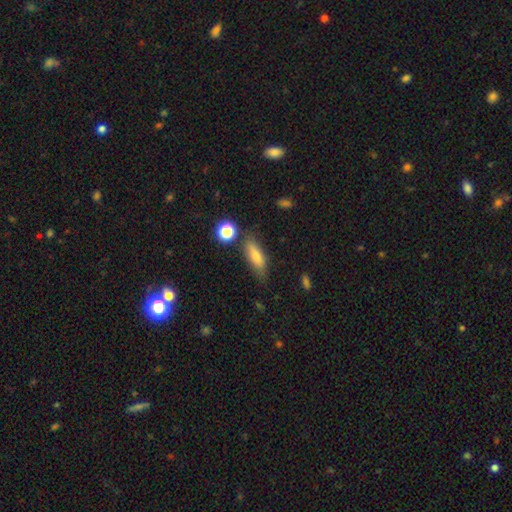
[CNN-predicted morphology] Smooth or featured? Predicted: smooth (p=0.72). How rounded? Predicted: in between (p=0.54). Merging? Predicted: none (p=0.74).